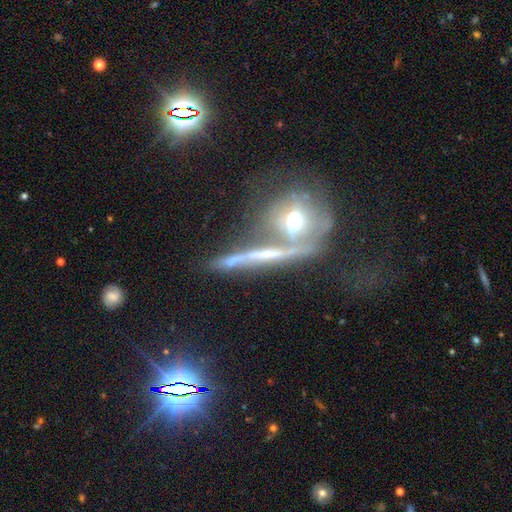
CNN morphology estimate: A featured or disk galaxy (61%) viewed edge-on (74%). Merging: none (45%).